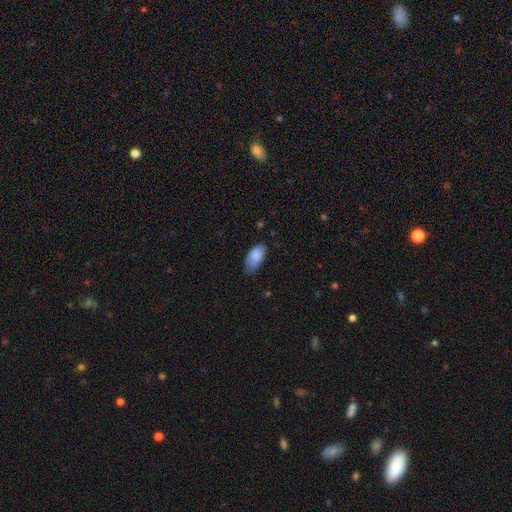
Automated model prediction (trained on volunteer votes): Q: Smooth or featured?
A: smooth (85%); runner-up: featured or disk (9%)
Q: How rounded?
A: in between (93%); runner-up: cigar-shaped (5%)
Q: Merging?
A: none (64%); runner-up: minor disturbance (30%)